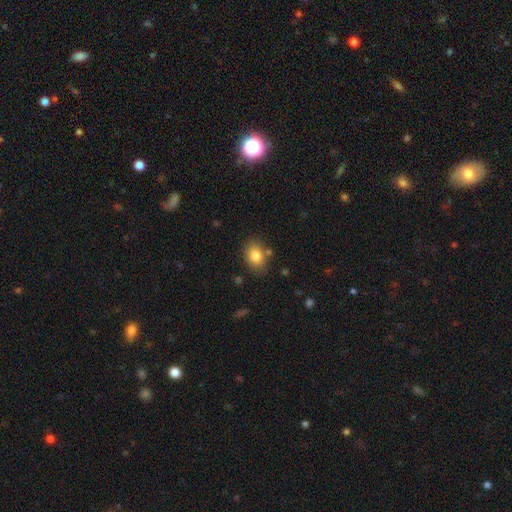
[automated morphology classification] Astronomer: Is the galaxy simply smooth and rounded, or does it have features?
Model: smooth — 82%.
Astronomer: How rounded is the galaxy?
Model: in between — 66%.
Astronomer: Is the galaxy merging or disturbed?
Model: none — 78%.